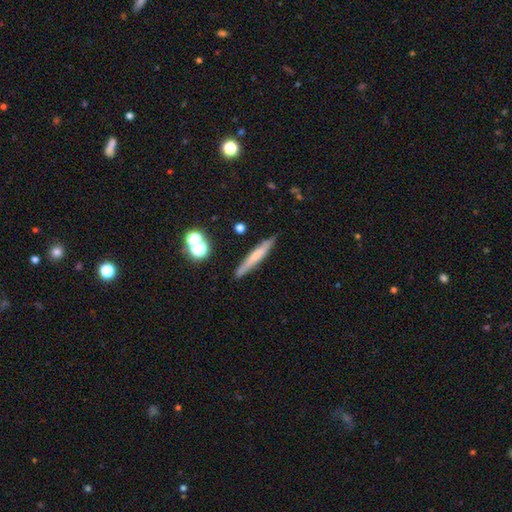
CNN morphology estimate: Smooth or featured: smooth — 51% (featured or disk — 39%)
How rounded: cigar-shaped — 92% (in between — 5%)
Merging: none — 85% (minor disturbance — 10%)